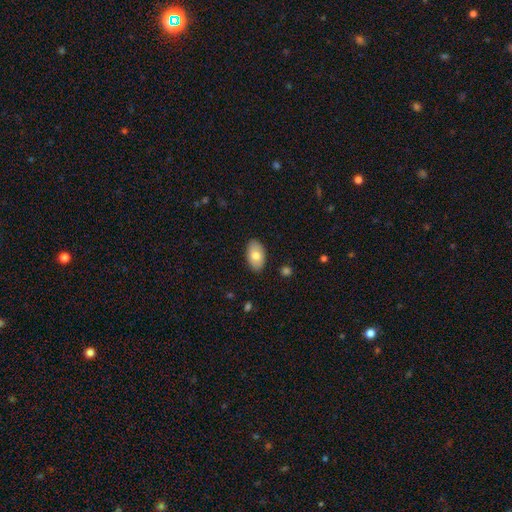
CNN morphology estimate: smooth 76%, featured or disk 18%, star or artifact 6%. Down the decision tree: how rounded — in between (94%); merging — none (87%).